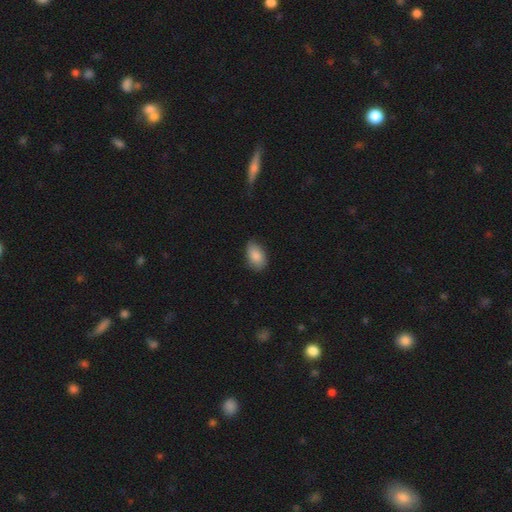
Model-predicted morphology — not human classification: Smooth or featured? smooth (86%)
How rounded? in between (91%)
Merging? none (76%)